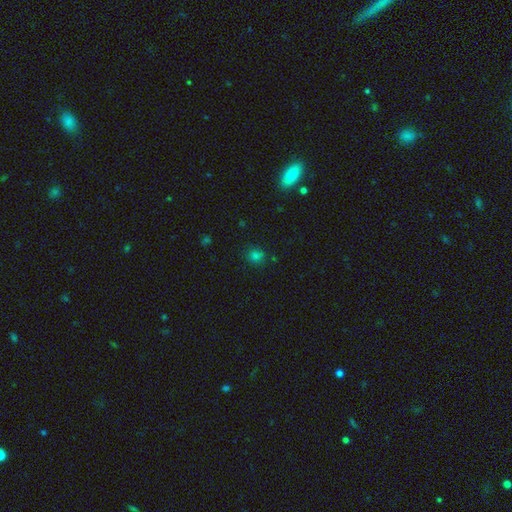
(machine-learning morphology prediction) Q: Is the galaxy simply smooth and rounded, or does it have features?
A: smooth — 77%.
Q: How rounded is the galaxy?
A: round — 81%.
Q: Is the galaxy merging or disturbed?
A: none — 84%.